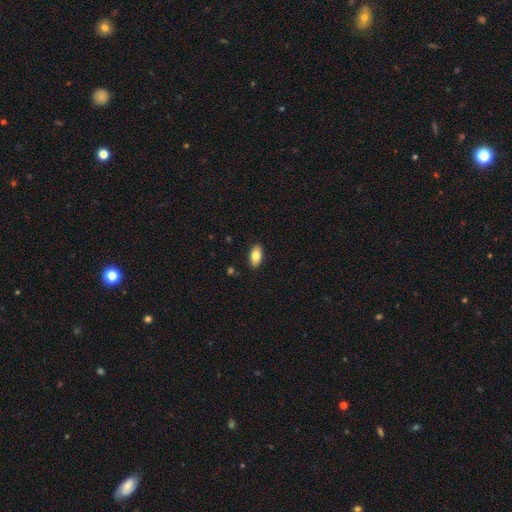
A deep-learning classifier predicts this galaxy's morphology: Smooth or featured?
  - smooth: 80% *
  - featured or disk: 13%
  - star or artifact: 7%
How rounded?
  - in between: 92% *
  - cigar-shaped: 5%
  - round: 3%
Merging?
  - none: 89% *
  - minor disturbance: 9%
  - major disturbance: 2%
  - merger: 1%